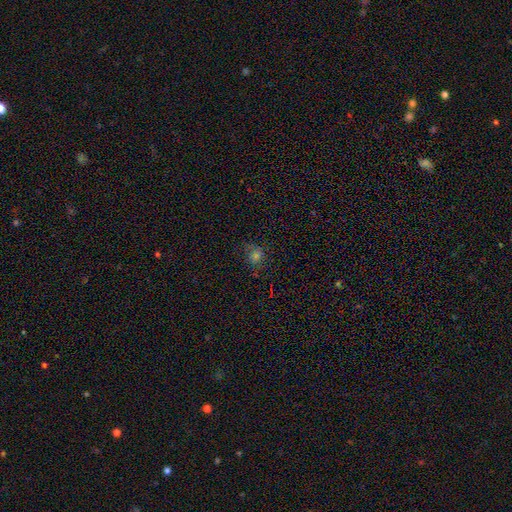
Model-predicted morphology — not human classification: Smooth or featured? smooth (51%)
How rounded? round (74%)
Merging? none (67%)